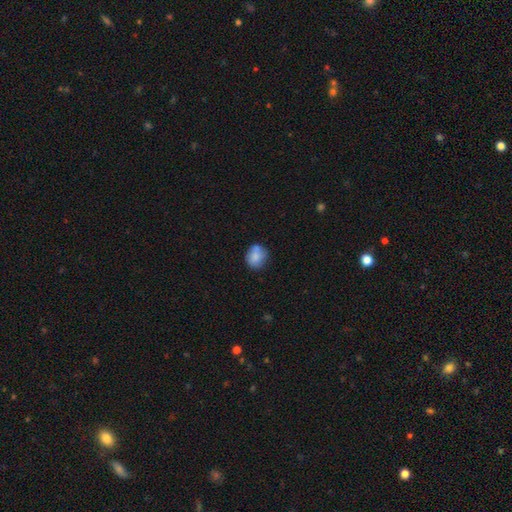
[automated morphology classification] A smooth galaxy with no disk features (80%) that is round (74%). Merging: none (62%).